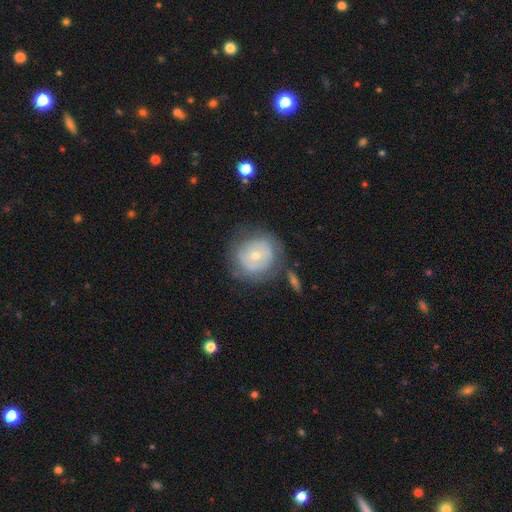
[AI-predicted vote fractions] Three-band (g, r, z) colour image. It shows a featured or disk galaxy (50%). Merging: none (69%).